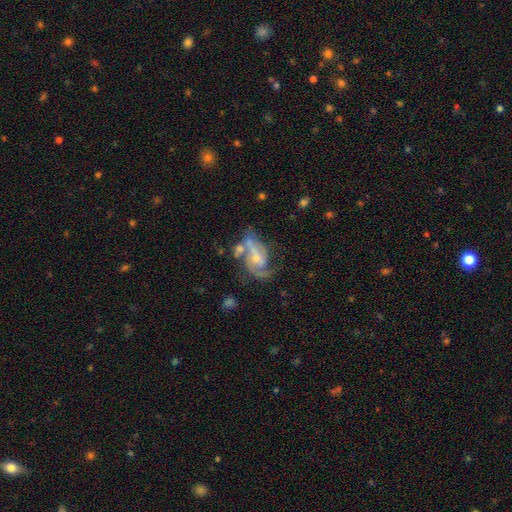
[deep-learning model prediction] Smooth or featured? Predicted: featured or disk (p=0.81). Edge-on disk? Predicted: no (p=0.96). Bar? Predicted: weak (p=0.43). Spiral arms? Predicted: yes (p=0.92). Spiral winding? Predicted: medium (p=0.49). Spiral arm count? Predicted: 2 (p=0.66). Bulge size? Predicted: small (p=0.54). Merging? Predicted: none (p=0.38).